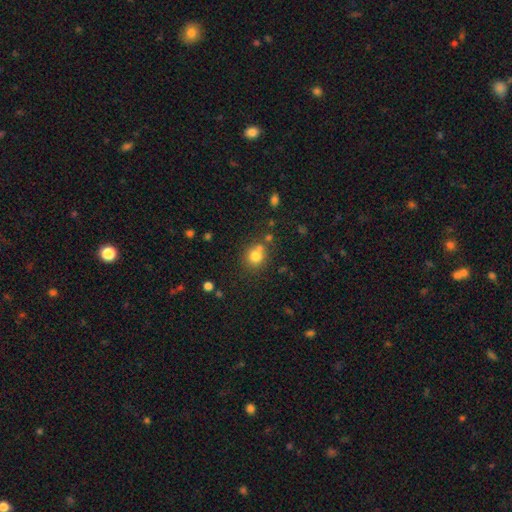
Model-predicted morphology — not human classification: The model was most divided on "merging": none: 58%, merger: 26%, minor disturbance: 12%, major disturbance: 4%. More confident: how rounded — round (80%); smooth or featured — smooth (78%).